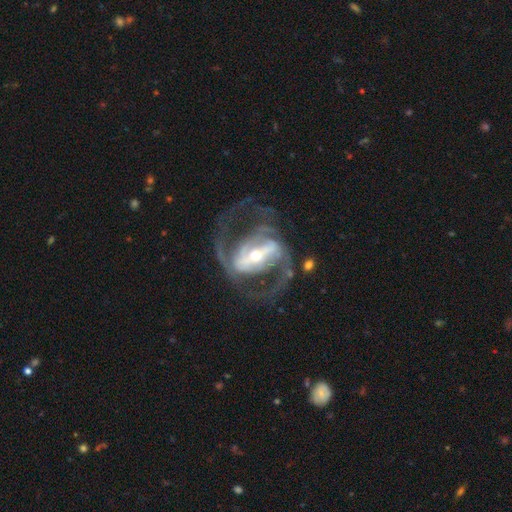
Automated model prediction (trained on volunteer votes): This appears to be a featured or disk galaxy (91%) with a strong bar (71%), 2 (87%) medium (58%) spiral arms (95%) and a small central bulge (51%). Merging: none (65%).